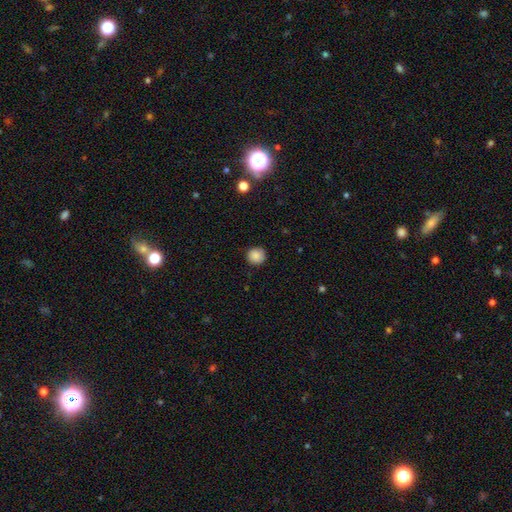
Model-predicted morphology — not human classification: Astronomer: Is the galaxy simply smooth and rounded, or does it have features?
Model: smooth — 87%.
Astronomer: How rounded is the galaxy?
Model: round — 92%.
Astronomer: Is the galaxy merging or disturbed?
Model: none — 88%.